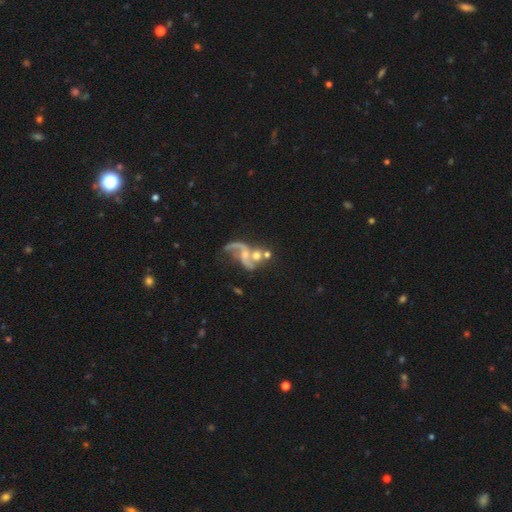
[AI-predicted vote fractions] Q: Smooth or featured?
A: featured or disk (65%); runner-up: star or artifact (20%)
Q: Edge-on disk?
A: no (94%); runner-up: yes (6%)
Q: Bar?
A: no (57%); runner-up: weak (30%)
Q: Spiral arms?
A: yes (69%); runner-up: no (31%)
Q: Bulge size?
A: small (45%); runner-up: moderate (28%)
Q: Merging?
A: merger (44%); runner-up: none (25%)